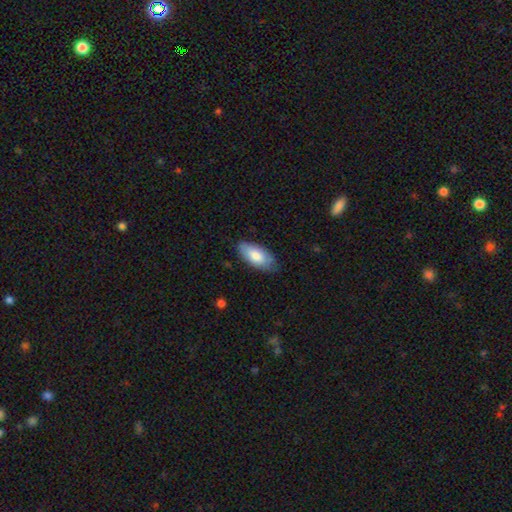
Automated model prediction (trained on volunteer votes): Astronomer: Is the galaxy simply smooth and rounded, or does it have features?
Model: smooth — 80%.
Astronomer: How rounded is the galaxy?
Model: in between — 92%.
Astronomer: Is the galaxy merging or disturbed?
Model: none — 77%.